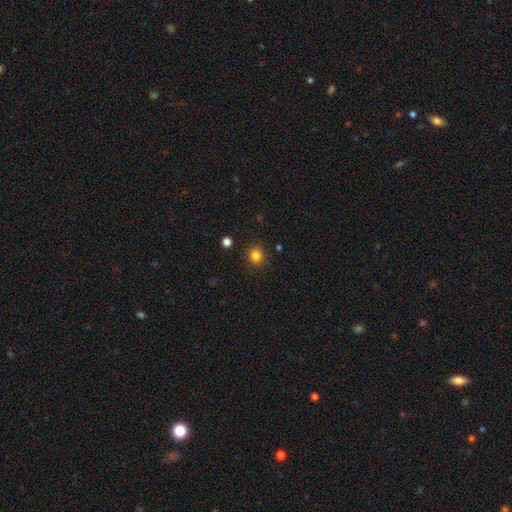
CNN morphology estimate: smooth 83%, star or artifact 12%, featured or disk 4%. Down the decision tree: how rounded — round (89%); merging — none (88%).